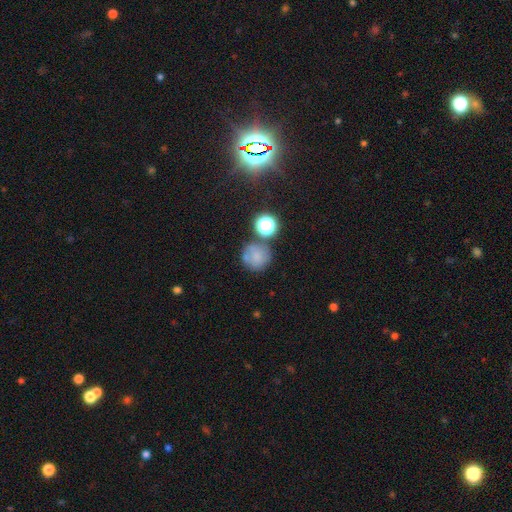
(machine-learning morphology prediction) Q: Smooth or featured?
A: smooth (66%); runner-up: featured or disk (17%)
Q: How rounded?
A: round (90%); runner-up: in between (9%)
Q: Merging?
A: none (60%); runner-up: minor disturbance (17%)